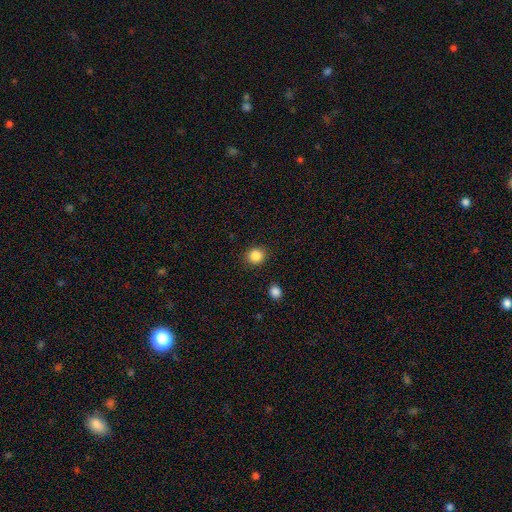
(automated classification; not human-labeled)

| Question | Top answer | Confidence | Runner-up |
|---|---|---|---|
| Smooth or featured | smooth | 86% | star or artifact (10%) |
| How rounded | round | 82% | in between (17%) |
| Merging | none | 89% | minor disturbance (6%) |